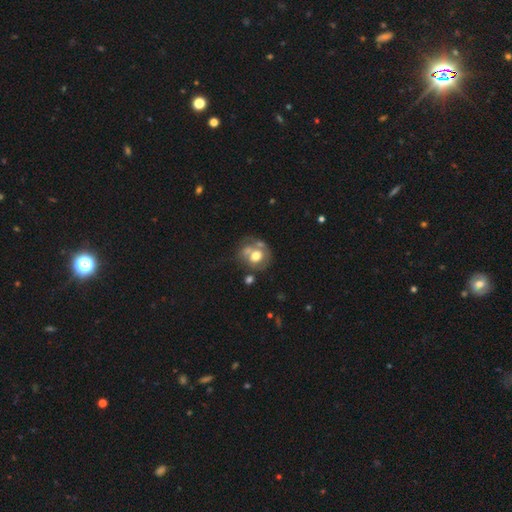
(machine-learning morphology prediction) Smooth or featured: smooth — 52% (featured or disk — 39%)
How rounded: round — 69% (in between — 30%)
Merging: none — 38% (merger — 27%)